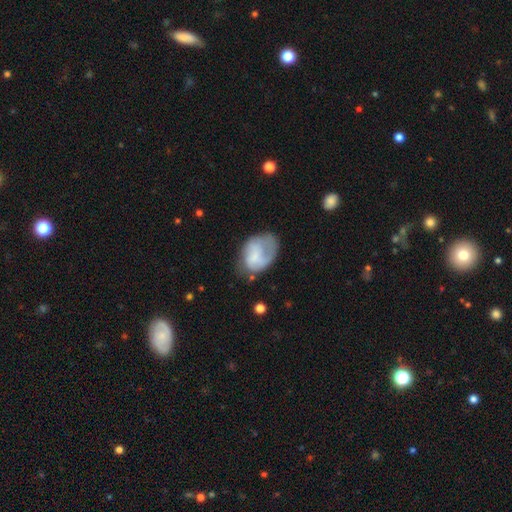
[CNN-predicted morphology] Overall: smooth (53%; featured or disk 39%). How rounded: in between (74%). Merging: none (35%; minor disturbance 31%).